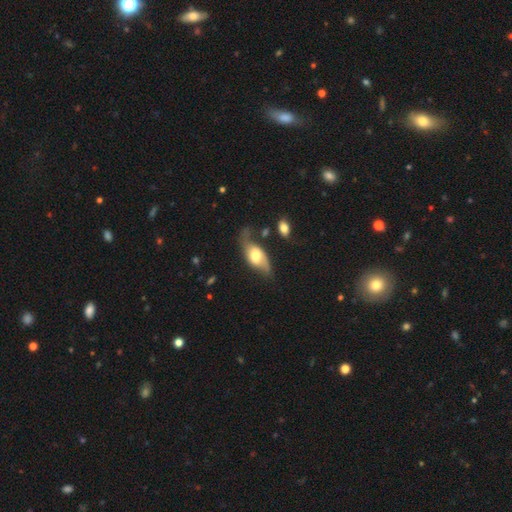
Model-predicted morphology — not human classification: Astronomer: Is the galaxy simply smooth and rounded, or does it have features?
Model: featured or disk — 55% (runner-up: smooth, 38%).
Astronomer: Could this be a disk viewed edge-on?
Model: no — 81%.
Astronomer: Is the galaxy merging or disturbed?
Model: none — 46% (runner-up: minor disturbance, 31%).